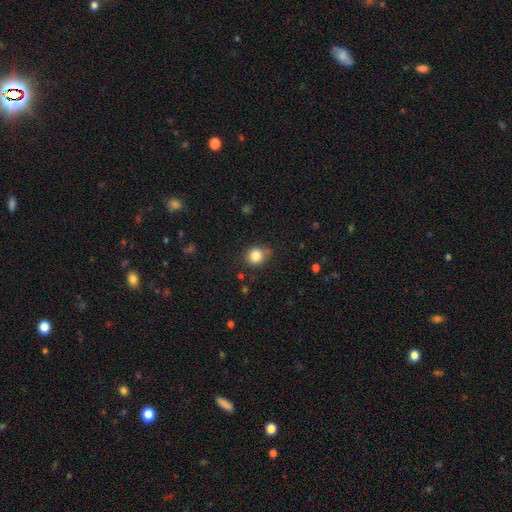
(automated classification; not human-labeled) Smooth or featured?
  - smooth: 84% *
  - star or artifact: 11%
  - featured or disk: 6%
How rounded?
  - round: 80% *
  - in between: 19%
  - cigar-shaped: 1%
Merging?
  - none: 78% *
  - minor disturbance: 16%
  - major disturbance: 3%
  - merger: 3%